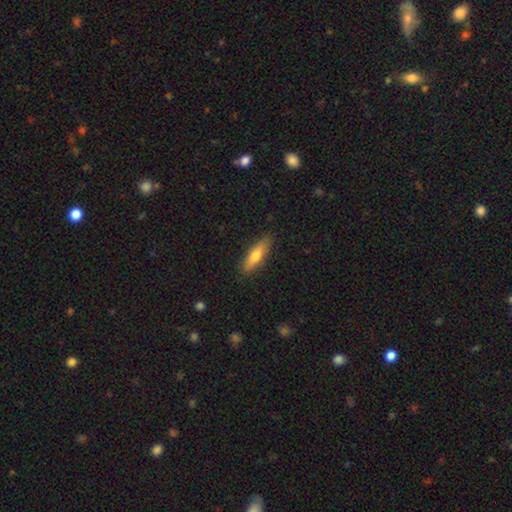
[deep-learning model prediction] Smooth or featured? Predicted: smooth (p=0.64). How rounded? Predicted: cigar-shaped (p=0.62). Merging? Predicted: none (p=0.86).